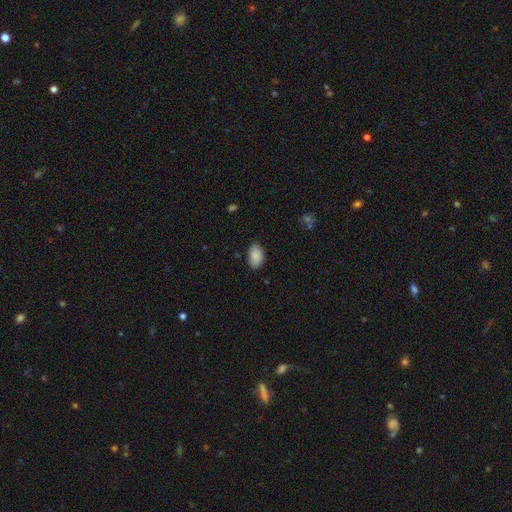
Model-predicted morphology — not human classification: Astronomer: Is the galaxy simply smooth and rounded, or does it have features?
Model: smooth — 88%.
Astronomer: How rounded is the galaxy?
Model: in between — 92%.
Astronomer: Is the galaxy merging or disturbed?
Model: none — 78%.